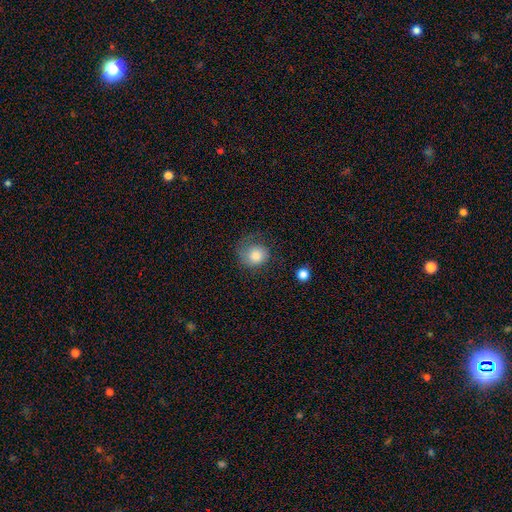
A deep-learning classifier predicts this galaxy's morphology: This is likely a smooth galaxy (76%). How rounded: clearly round (81%). Merging: possibly none (50%).